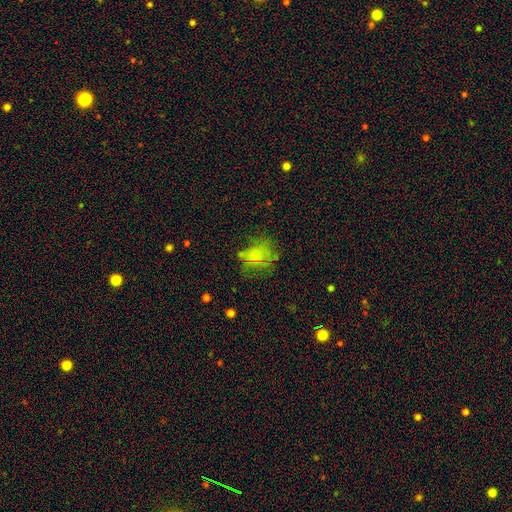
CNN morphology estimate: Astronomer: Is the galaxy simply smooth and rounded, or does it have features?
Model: smooth — 64%.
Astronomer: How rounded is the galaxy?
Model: in between — 50% (runner-up: round, 49%).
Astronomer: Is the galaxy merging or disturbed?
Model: none — 48% (runner-up: minor disturbance, 24%).